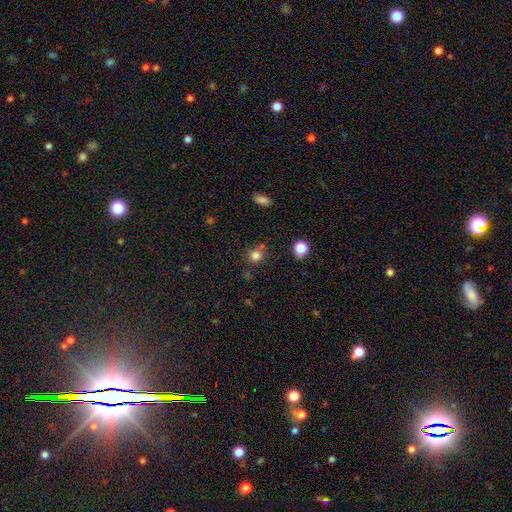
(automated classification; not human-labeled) smooth_or_featured: smooth (p=0.80) [alt: star or artifact p=0.15]
how_rounded: round (p=0.86) [alt: in between p=0.13]
merging: none (p=0.70) [alt: minor disturbance p=0.13]